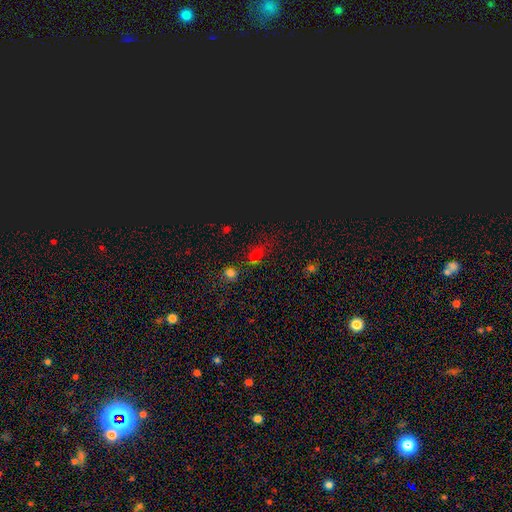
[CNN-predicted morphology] Smooth or featured? smooth (51%)
How rounded? in between (54%)
Merging? none (54%)